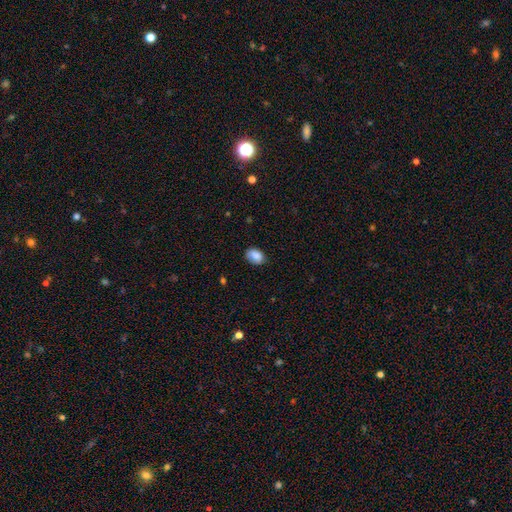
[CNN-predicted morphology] Q: Smooth or featured?
A: smooth (87%); runner-up: star or artifact (7%)
Q: How rounded?
A: in between (84%); runner-up: round (15%)
Q: Merging?
A: none (78%); runner-up: minor disturbance (18%)